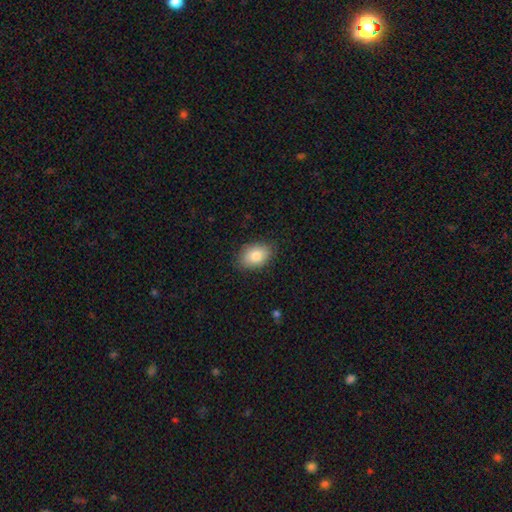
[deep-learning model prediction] smooth-or-featured: smooth: 83% | featured or disk: 10% | star or artifact: 7%
  how-rounded: in between: 85% | round: 13% | cigar-shaped: 1%
  merging: none: 83% | minor disturbance: 13% | major disturbance: 3% | merger: 1%